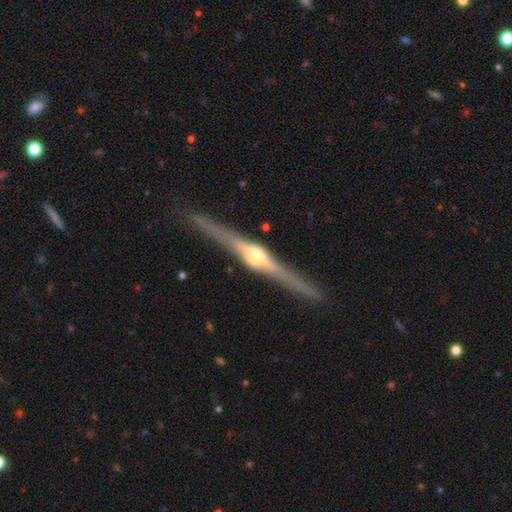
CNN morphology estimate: This is clearly a featured or disk galaxy (88%). It is clearly viewed edge-on (98%). Edge-on bulge: clearly rounded (90%). Merging: clearly none (91%).